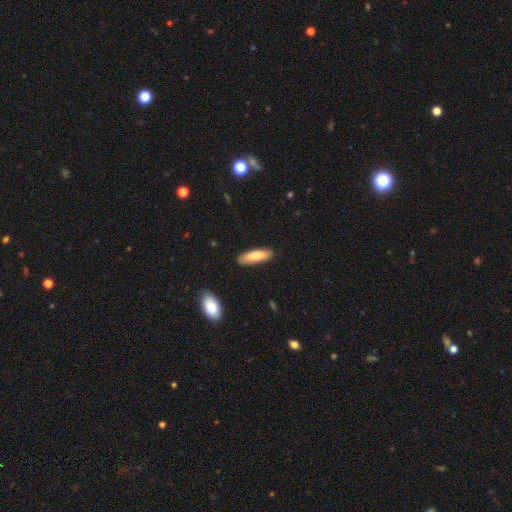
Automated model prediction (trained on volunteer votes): Smooth or featured: smooth — 83% (featured or disk — 12%)
How rounded: cigar-shaped — 54% (in between — 45%)
Merging: none — 86% (minor disturbance — 11%)